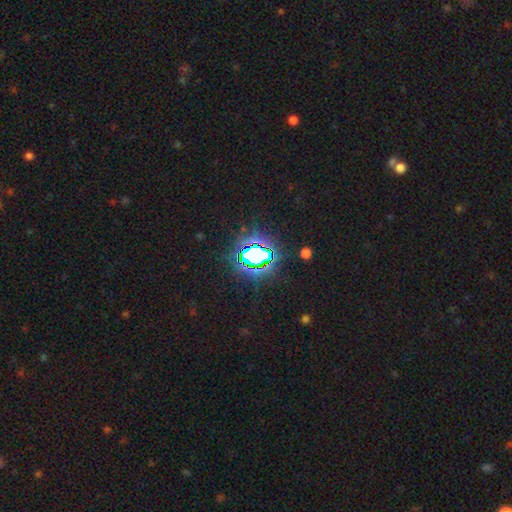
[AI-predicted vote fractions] This appears to be a star or artifact, not a galaxy (74%).